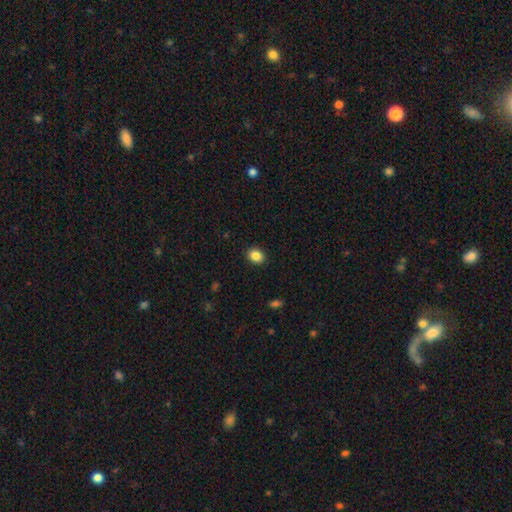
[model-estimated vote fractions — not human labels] Q: Smooth or featured?
A: smooth (87%); runner-up: star or artifact (9%)
Q: How rounded?
A: round (50%); runner-up: in between (49%)
Q: Merging?
A: none (91%); runner-up: minor disturbance (6%)